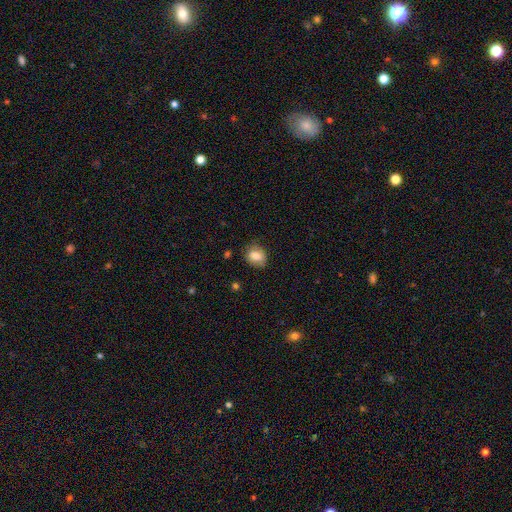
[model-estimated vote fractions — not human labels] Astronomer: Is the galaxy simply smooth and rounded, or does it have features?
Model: smooth — 77%.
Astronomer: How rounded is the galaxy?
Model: round — 60% (runner-up: in between, 38%).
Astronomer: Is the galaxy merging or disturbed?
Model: none — 77%.